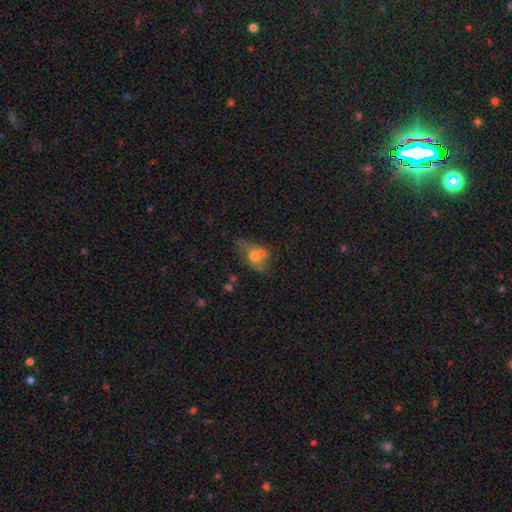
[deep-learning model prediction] The model was most divided on "merging": merger: 40%, none: 30%, minor disturbance: 18%, major disturbance: 12%. More confident: how rounded — in between (63%); smooth or featured — smooth (57%).